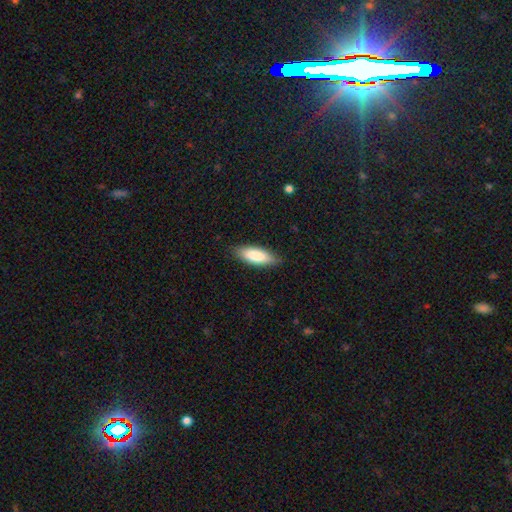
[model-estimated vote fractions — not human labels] Smooth or featured? Predicted: smooth (p=0.85). How rounded? Predicted: in between (p=0.68). Merging? Predicted: none (p=0.84).